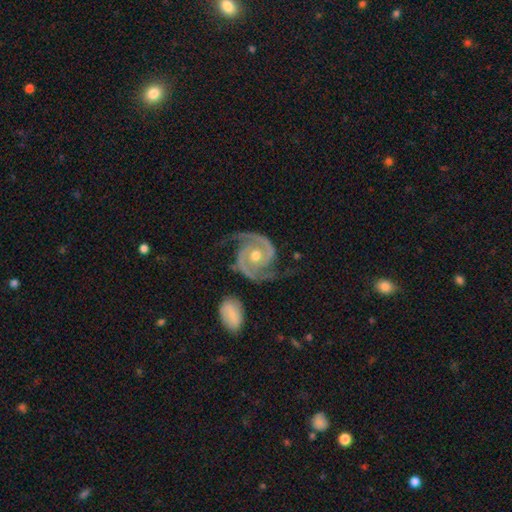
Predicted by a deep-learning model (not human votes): This is clearly a featured or disk galaxy (94%). It is clearly not viewed edge-on (98%). Bar: likely no (68%). Spiral arm pattern: clearly yes (99%). Spiral arm count: clearly 2 (93%). Spiral winding: possibly medium (50%). Central bulge: likely moderate (72%). Merging: likely none (76%).